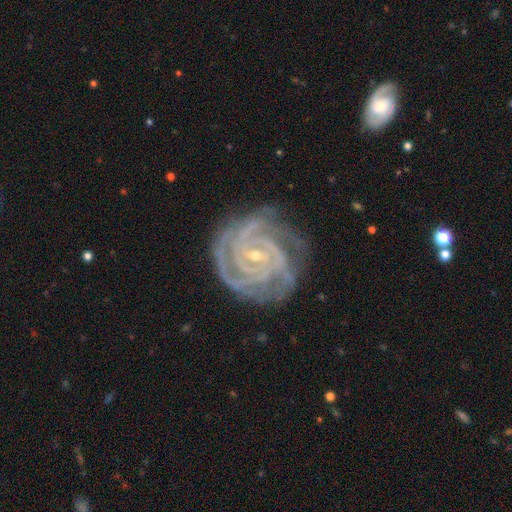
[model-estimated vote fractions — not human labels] Smooth or featured? Predicted: featured or disk (p=0.92). Edge-on disk? Predicted: no (p=0.98). Bar? Predicted: no (p=0.45). Spiral arms? Predicted: yes (p=0.99). Spiral winding? Predicted: tight (p=0.82). Spiral arm count? Predicted: 3 (p=0.33). Bulge size? Predicted: small (p=0.80). Merging? Predicted: none (p=0.74).